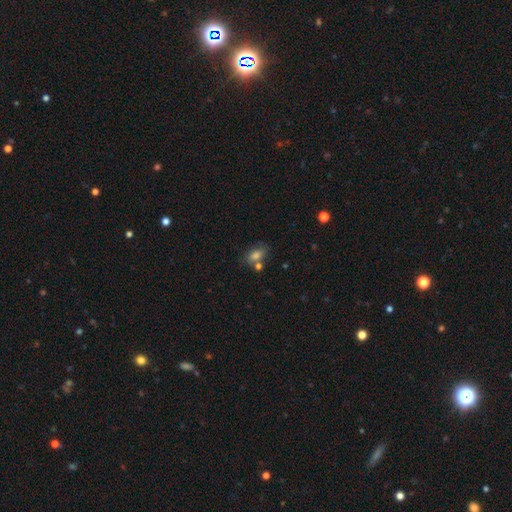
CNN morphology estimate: smooth 78%, featured or disk 11%, star or artifact 11%. Down the decision tree: how rounded — in between (85%); merging — none (55%).